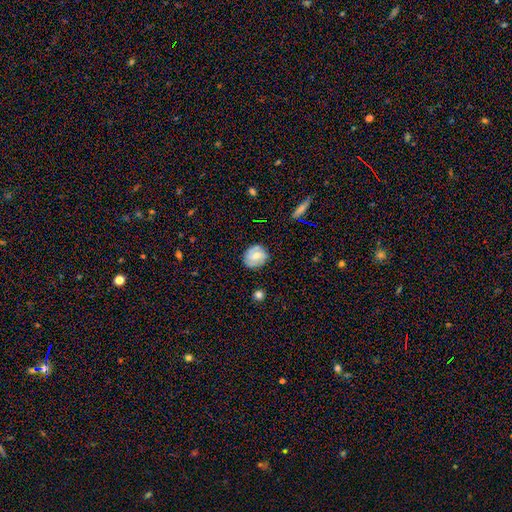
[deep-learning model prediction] Morphology: type=featured or disk (48%); merging=none (79%).